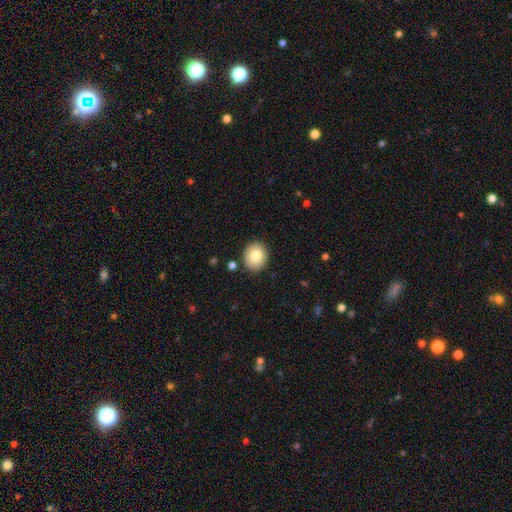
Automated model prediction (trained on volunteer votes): smooth-or-featured: smooth: 81% | featured or disk: 10% | star or artifact: 9%
  how-rounded: round: 76% | in between: 24% | cigar-shaped: 1%
  merging: none: 88% | minor disturbance: 8% | major disturbance: 2% | merger: 2%